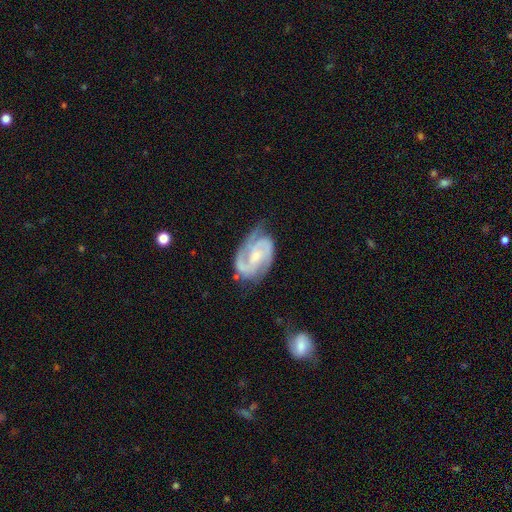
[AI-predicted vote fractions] featured or disk 89%, smooth 6%, star or artifact 5%. Down the decision tree: edge-on disk — no (98%); bar — no (46%); spiral arms — yes (98%); spiral arm count — 2 (72%); spiral winding — tight (47%); bulge size — small (41%, tied with moderate); merging — none (65%).